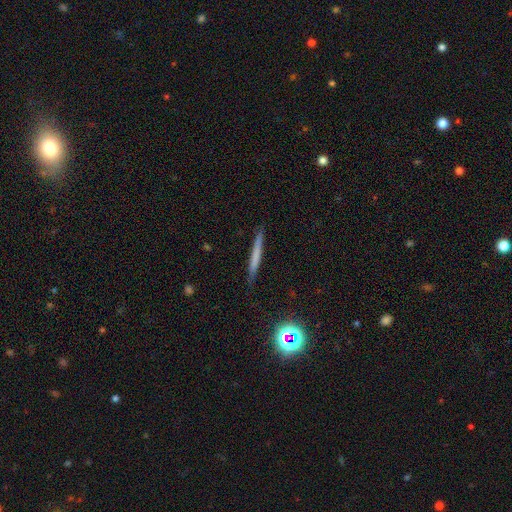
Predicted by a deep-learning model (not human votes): smooth_or_featured: smooth (p=0.58) [alt: featured or disk p=0.32]
how_rounded: cigar-shaped (p=0.95) [alt: in between p=0.03]
merging: none (p=0.87) [alt: minor disturbance p=0.09]